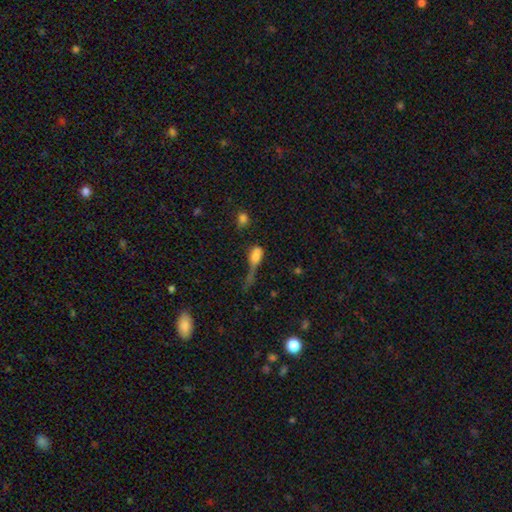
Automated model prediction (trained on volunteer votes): Overall: smooth (64%). How rounded: in between (66%). Merging: major disturbance (46%; minor disturbance 19%).